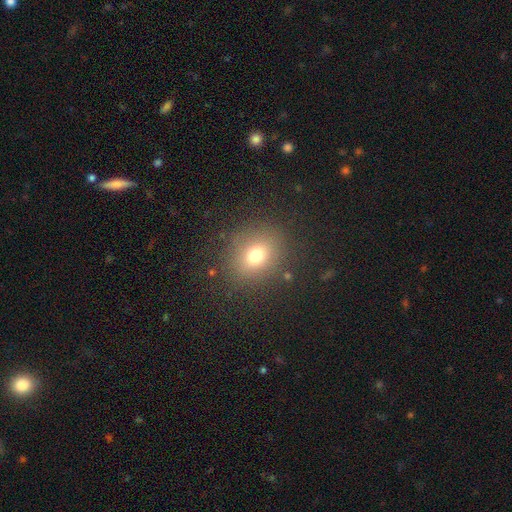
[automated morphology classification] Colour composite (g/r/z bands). It shows a smooth galaxy with no disk features (73%) that is round (67%). Merging: none (84%).